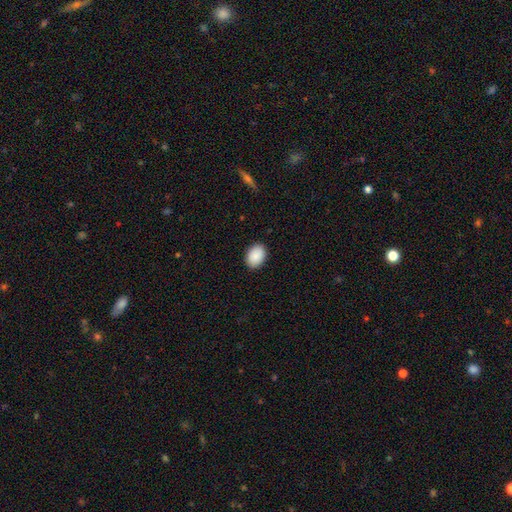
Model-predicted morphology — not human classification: This is clearly a smooth galaxy (90%). How rounded: clearly in between (81%). Merging: clearly none (90%).